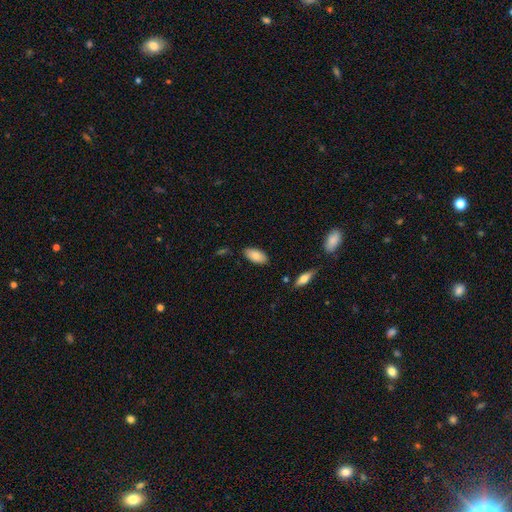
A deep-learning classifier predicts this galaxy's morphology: This is clearly a smooth galaxy (84%). How rounded: clearly in between (92%). Merging: clearly none (84%).